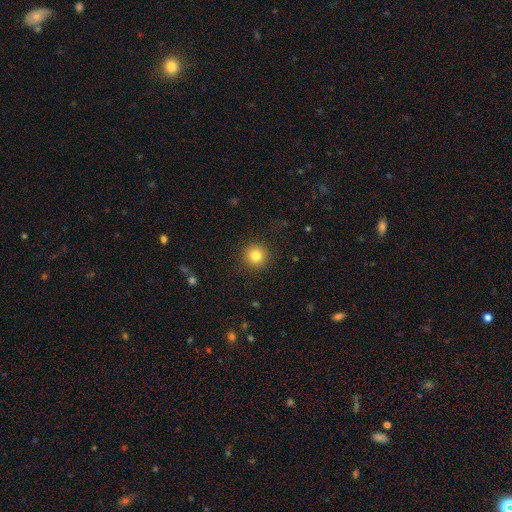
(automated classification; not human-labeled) A smooth galaxy with no disk features (82%) that is round (95%).

Vote fractions:
- Smooth or featured? smooth: 82% / star or artifact: 12% / featured or disk: 6%
- How rounded? round: 95% / in between: 4% / cigar-shaped: 1%
- Merging? none: 91% / minor disturbance: 6% / major disturbance: 2% / merger: 1%